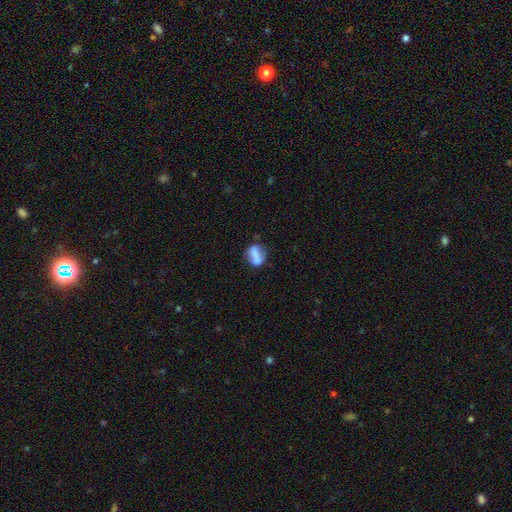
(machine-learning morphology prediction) A smooth galaxy with no disk features (65%) that is in between round and cigar-shaped (64%).

Vote fractions:
- Smooth or featured? smooth: 65% / featured or disk: 26% / star or artifact: 9%
- How rounded? in between: 64% / round: 30% / cigar-shaped: 6%
- Merging? none: 49% / minor disturbance: 24% / merger: 17% / major disturbance: 10%